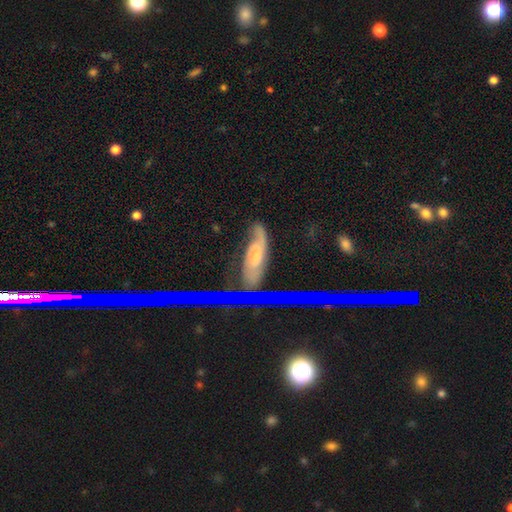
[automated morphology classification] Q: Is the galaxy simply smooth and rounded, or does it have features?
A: featured or disk — 61%.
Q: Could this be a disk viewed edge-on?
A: no — 71%.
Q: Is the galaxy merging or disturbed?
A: none — 59%.